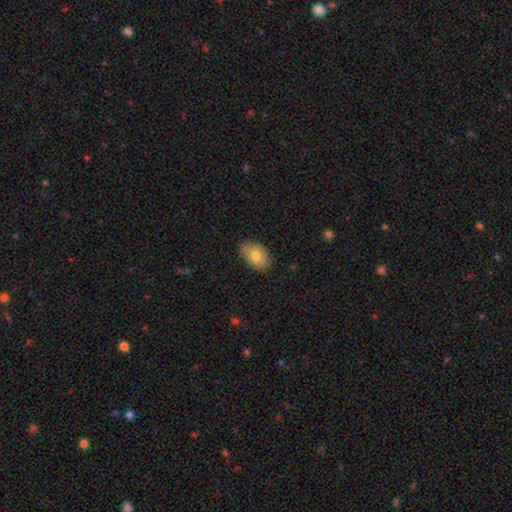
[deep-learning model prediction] Smooth or featured? smooth (78%)
How rounded? in between (89%)
Merging? none (81%)